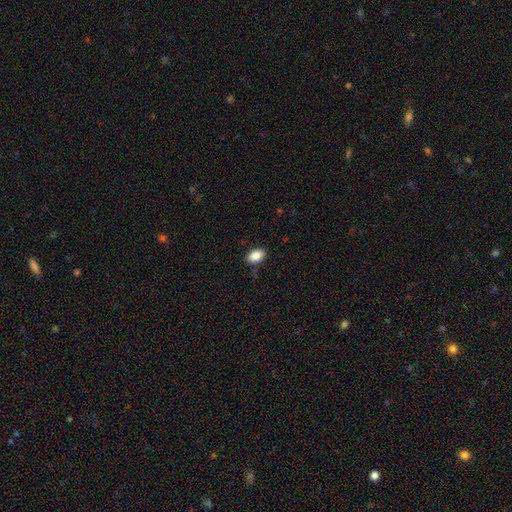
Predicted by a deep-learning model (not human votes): Smooth or featured? Predicted: smooth (p=0.88). How rounded? Predicted: in between (p=0.90). Merging? Predicted: none (p=0.85).